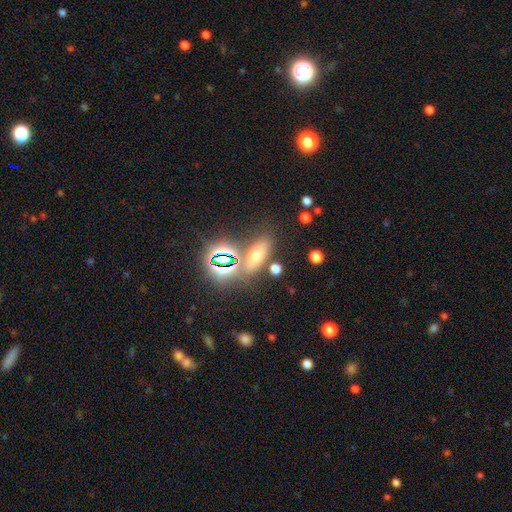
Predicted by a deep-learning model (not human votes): Q: Smooth or featured?
A: smooth (47%); runner-up: star or artifact (37%)
Q: Merging?
A: none (75%); runner-up: minor disturbance (10%)